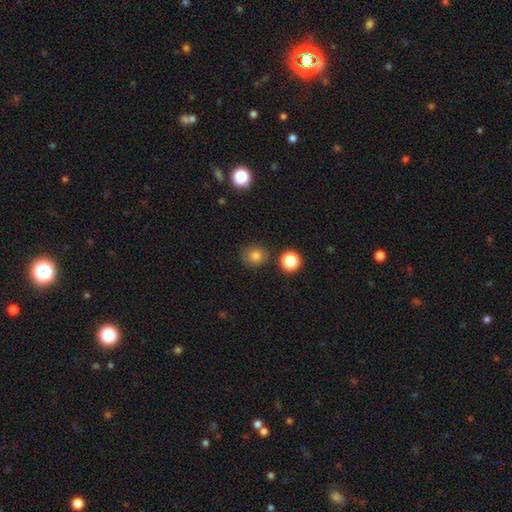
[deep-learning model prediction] A smooth galaxy with no disk features (79%) that is round (86%).

Vote fractions:
- Smooth or featured? smooth: 79% / star or artifact: 14% / featured or disk: 7%
- How rounded? round: 86% / in between: 13% / cigar-shaped: 1%
- Merging? none: 85% / minor disturbance: 9% / merger: 4% / major disturbance: 3%